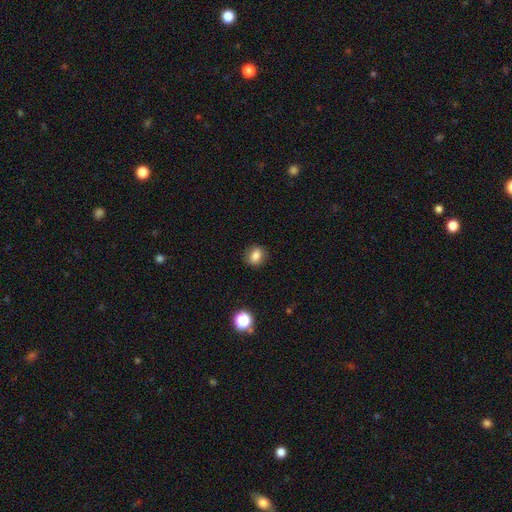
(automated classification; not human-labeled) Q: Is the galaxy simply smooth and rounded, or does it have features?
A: smooth — 81%.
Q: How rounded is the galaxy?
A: round — 57%.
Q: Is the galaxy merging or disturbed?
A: none — 86%.